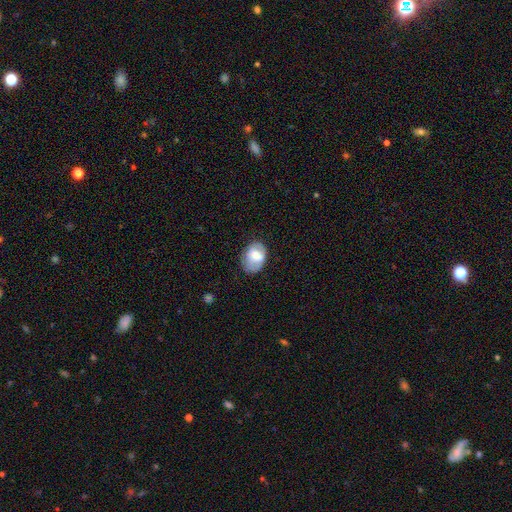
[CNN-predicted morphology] A smooth galaxy with no disk features (63%) that is in between round and cigar-shaped (78%).

Vote fractions:
- Smooth or featured? smooth: 63% / featured or disk: 29% / star or artifact: 8%
- How rounded? in between: 78% / round: 21% / cigar-shaped: 1%
- Merging? none: 67% / minor disturbance: 24% / major disturbance: 8% / merger: 1%